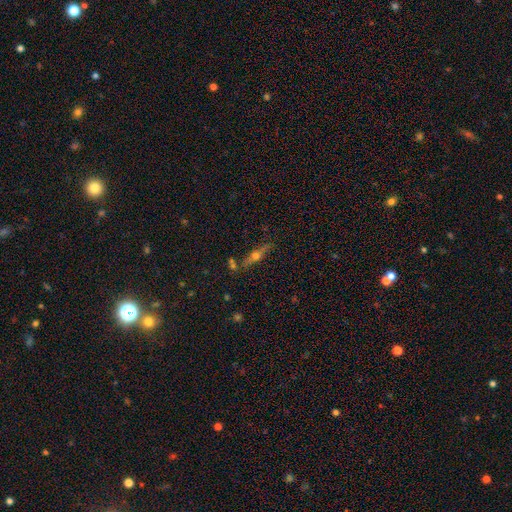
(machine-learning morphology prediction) Smooth or featured: featured or disk — 67% (smooth — 24%)
Edge-on disk: yes — 94% (no — 6%)
Edge-on bulge: rounded — 95% (none — 3%)
Merging: none — 80% (minor disturbance — 11%)